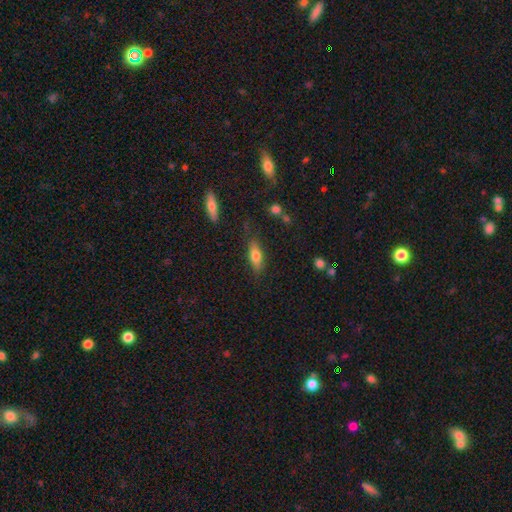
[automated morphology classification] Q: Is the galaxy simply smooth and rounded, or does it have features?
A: smooth — 69%.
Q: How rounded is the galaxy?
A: in between — 60%.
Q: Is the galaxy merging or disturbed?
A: none — 79%.